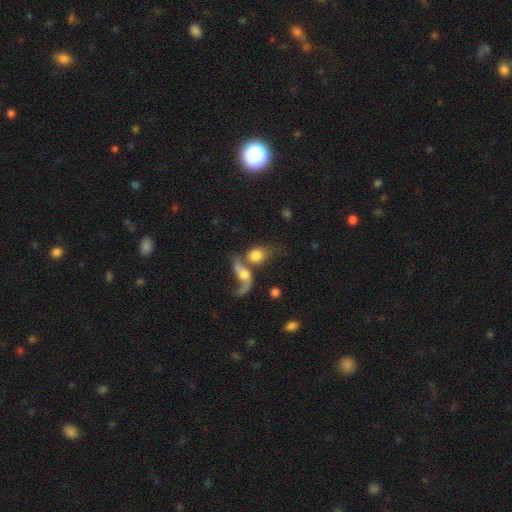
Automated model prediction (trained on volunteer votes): smooth 60%, featured or disk 31%, star or artifact 9%. Down the decision tree: how rounded — round (53%); merging — merger (60%).